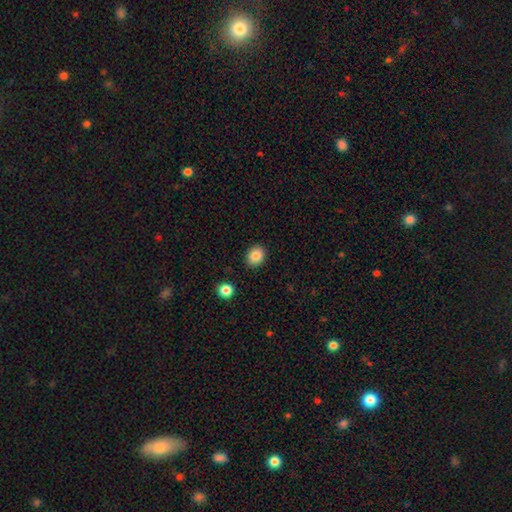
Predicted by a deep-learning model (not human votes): Smooth or featured? Predicted: smooth (p=0.85). How rounded? Predicted: round (p=0.61). Merging? Predicted: none (p=0.89).